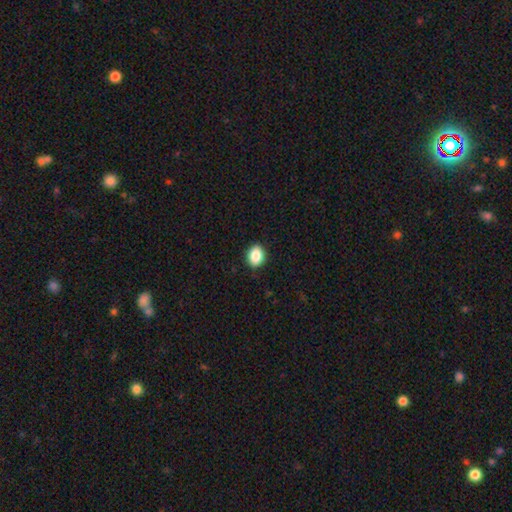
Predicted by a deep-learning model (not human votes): The model was most divided on "how rounded": in between: 60%, round: 39%, cigar-shaped: 1%. More confident: merging — none (88%); smooth or featured — smooth (87%).